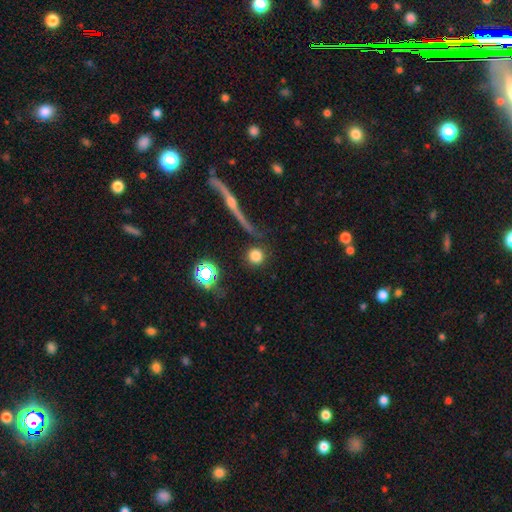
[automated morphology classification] Smooth or featured: smooth — 77% (star or artifact — 13%)
How rounded: round — 94% (in between — 4%)
Merging: none — 80% (minor disturbance — 9%)